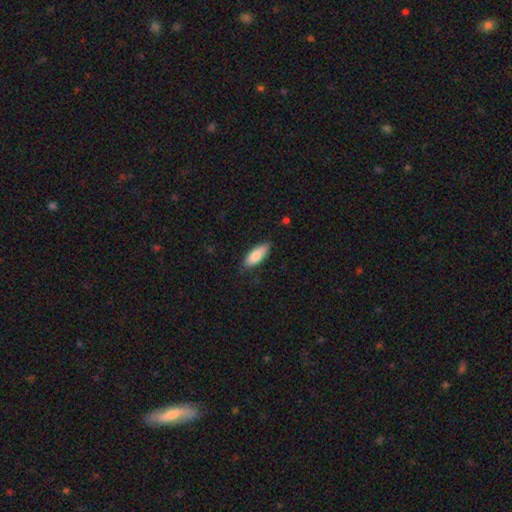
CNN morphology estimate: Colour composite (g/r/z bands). It shows a smooth galaxy with no disk features (84%) that is in between round and cigar-shaped (73%). Merging: none (82%).